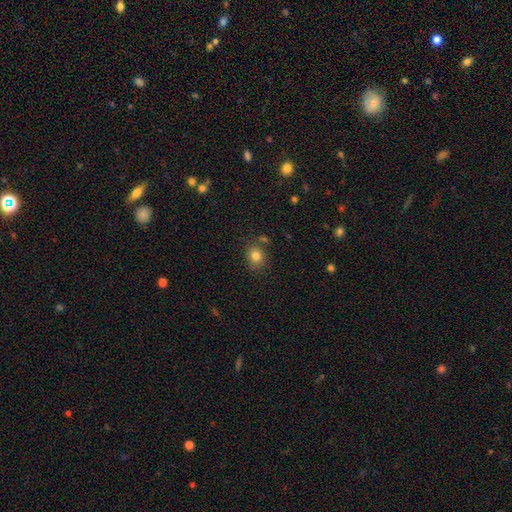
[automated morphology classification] smooth 82%, star or artifact 12%, featured or disk 6%. Down the decision tree: how rounded — round (72%); merging — none (74%).